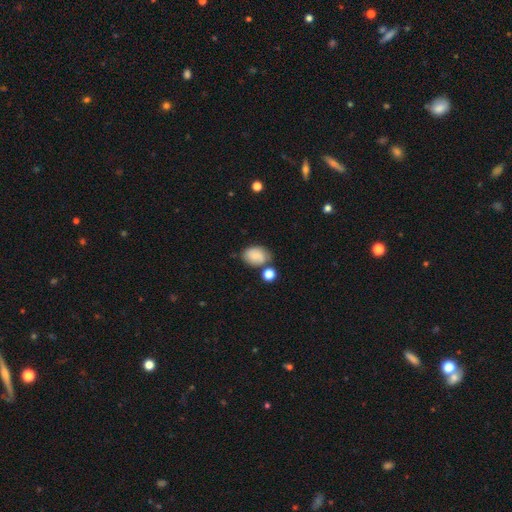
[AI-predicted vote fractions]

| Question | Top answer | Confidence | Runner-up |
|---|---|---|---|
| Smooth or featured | smooth | 75% | featured or disk (15%) |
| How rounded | in between | 70% | round (28%) |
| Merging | none | 57% | minor disturbance (22%) |